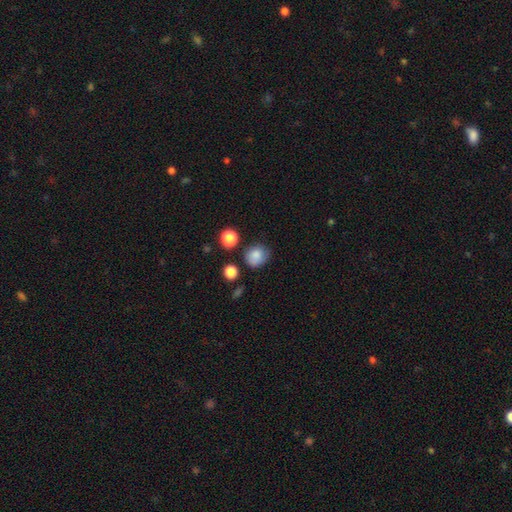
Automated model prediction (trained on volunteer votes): This is clearly a smooth galaxy (84%). How rounded: likely round (76%). Merging: likely none (69%).